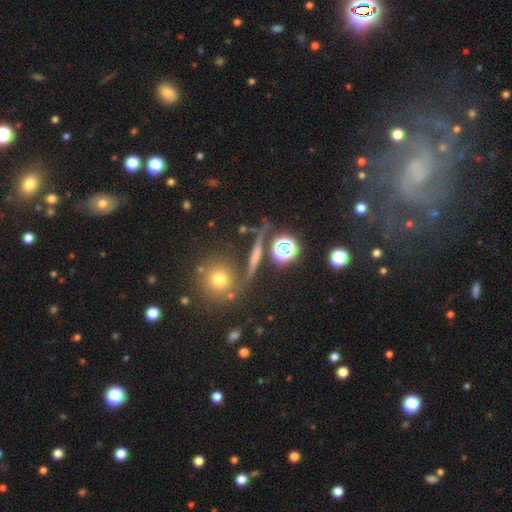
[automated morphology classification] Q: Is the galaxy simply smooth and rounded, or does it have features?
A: featured or disk — 39%.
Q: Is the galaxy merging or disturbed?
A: none — 76%.